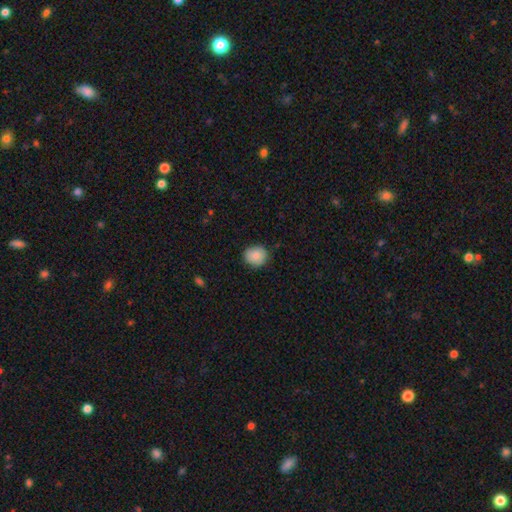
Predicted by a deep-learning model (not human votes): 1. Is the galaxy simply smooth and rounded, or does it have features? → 87% smooth, 8% star or artifact, 5% featured or disk.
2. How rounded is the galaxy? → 80% round, 19% in between, 1% cigar-shaped.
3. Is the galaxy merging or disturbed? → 86% none, 11% minor disturbance, 2% major disturbance, 1% merger.